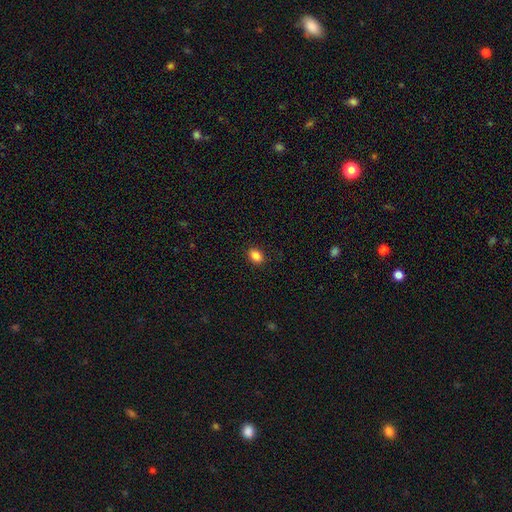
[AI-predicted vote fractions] Smooth or featured? smooth (86%)
How rounded? in between (73%)
Merging? none (90%)